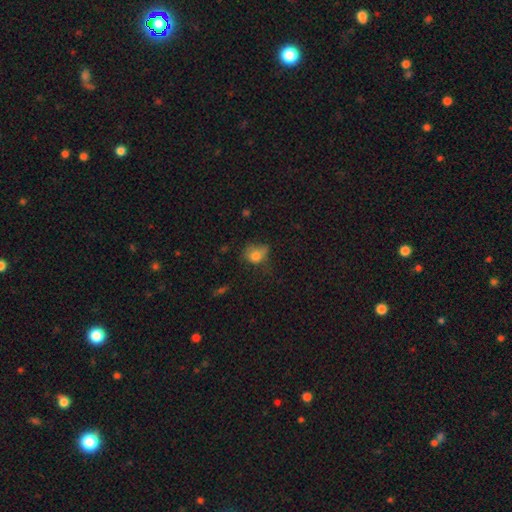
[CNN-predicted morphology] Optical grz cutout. It shows a smooth galaxy with no disk features (76%) that is round (56%). Merging: none (39%).